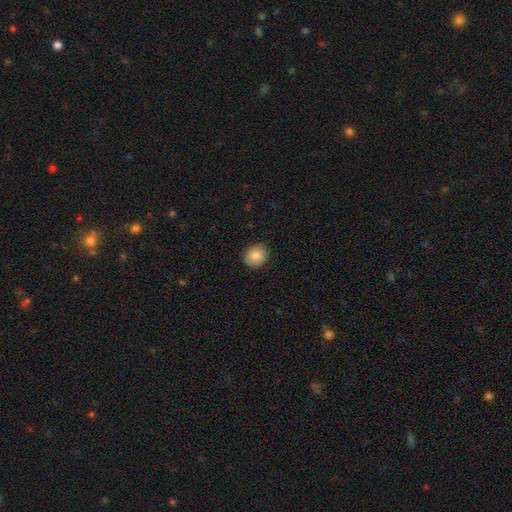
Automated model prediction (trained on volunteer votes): Smooth or featured? Predicted: smooth (p=0.86). How rounded? Predicted: round (p=0.63). Merging? Predicted: none (p=0.88).